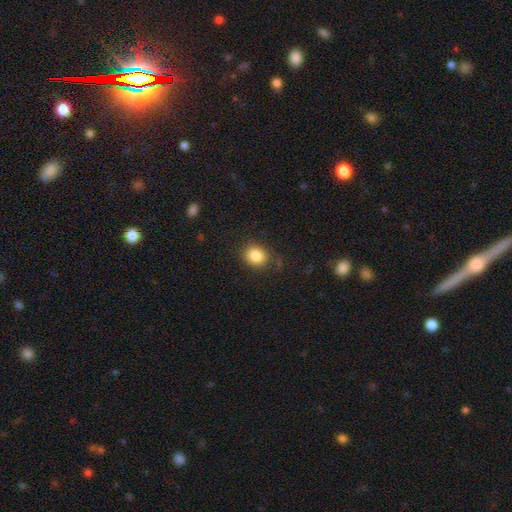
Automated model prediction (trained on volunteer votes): This is clearly a smooth galaxy (85%). How rounded: likely round (67%). Merging: clearly none (82%).